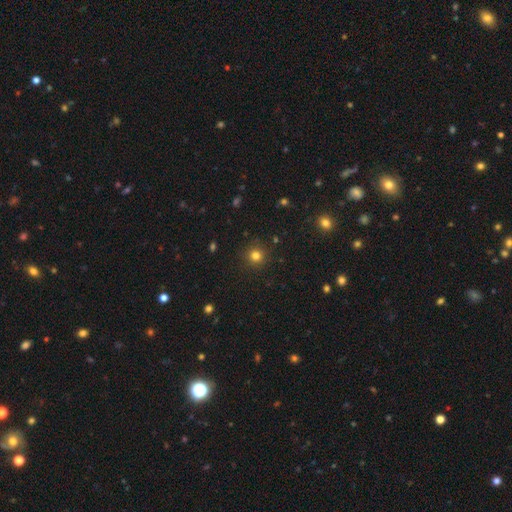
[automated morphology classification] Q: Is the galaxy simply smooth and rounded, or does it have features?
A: smooth — 80%.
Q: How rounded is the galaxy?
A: round — 93%.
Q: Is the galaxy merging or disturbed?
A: none — 90%.